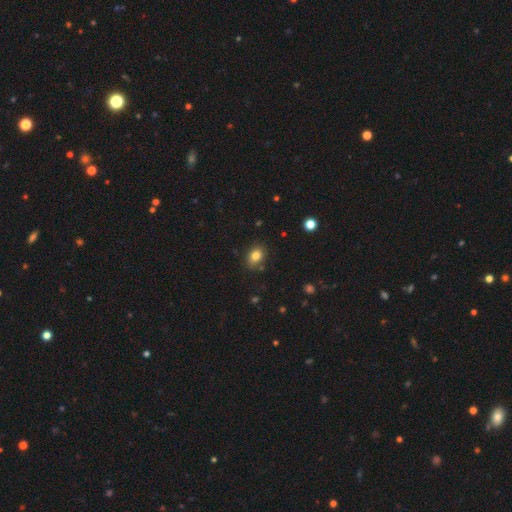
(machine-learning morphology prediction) Overall: smooth (82%). How rounded: in between (66%; round 33%). Merging: none (81%).